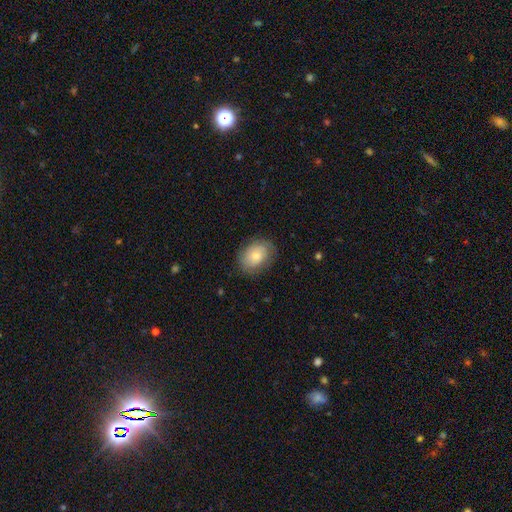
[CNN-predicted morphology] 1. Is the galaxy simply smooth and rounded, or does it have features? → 70% smooth, 23% featured or disk, 7% star or artifact.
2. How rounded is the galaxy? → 71% in between, 28% round, 1% cigar-shaped.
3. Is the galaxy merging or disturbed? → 78% none, 16% minor disturbance, 5% major disturbance, 1% merger.